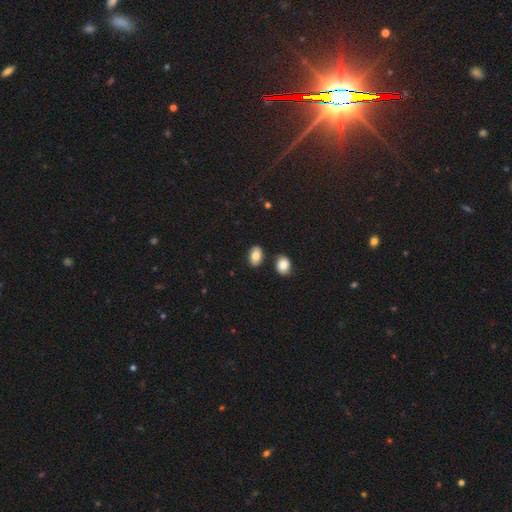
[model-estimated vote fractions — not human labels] This appears to be a smooth galaxy with no disk features (82%) that is in between round and cigar-shaped (88%). Merging: none (82%).